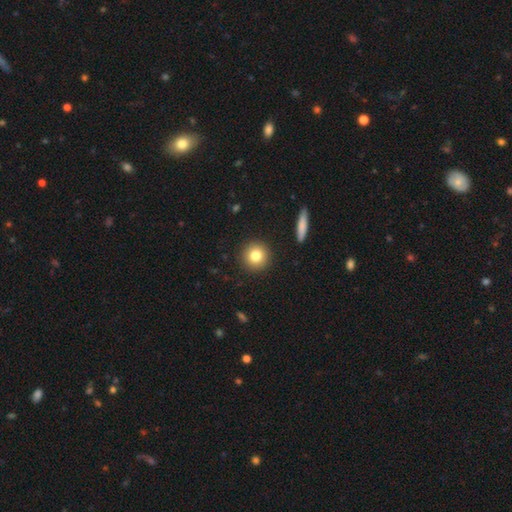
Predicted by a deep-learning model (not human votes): Smooth or featured: smooth — 81% (star or artifact — 10%)
How rounded: round — 93% (in between — 5%)
Merging: none — 91% (minor disturbance — 5%)